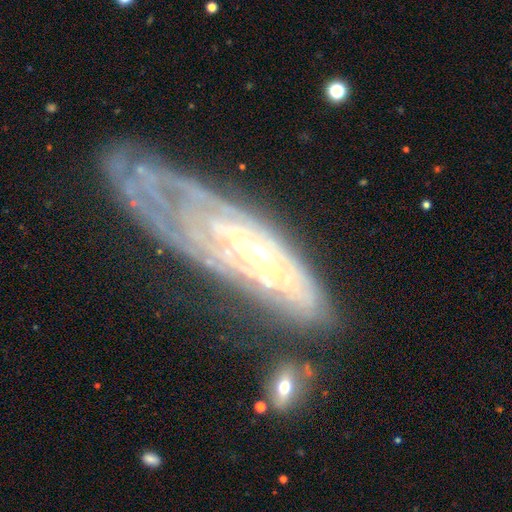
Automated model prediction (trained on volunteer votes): This appears to be a featured or disk galaxy (82%) with no bar (48%), tight (76%) spiral arms (83%) and a moderate central bulge (51%). Merging: none (52%).